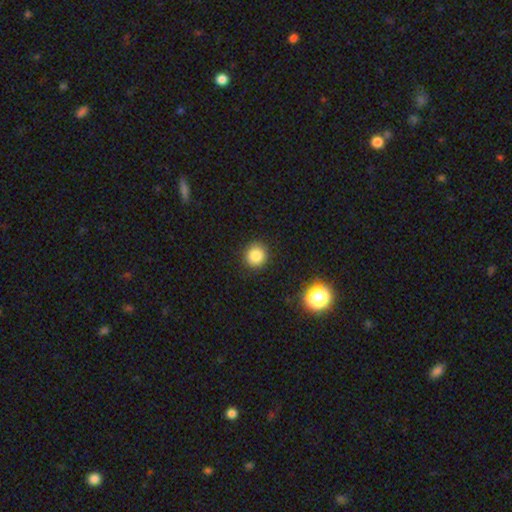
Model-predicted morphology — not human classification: Smooth or featured?
  - smooth: 84% *
  - star or artifact: 12%
  - featured or disk: 4%
How rounded?
  - round: 91% *
  - in between: 8%
  - cigar-shaped: 1%
Merging?
  - none: 90% *
  - minor disturbance: 6%
  - major disturbance: 2%
  - merger: 1%